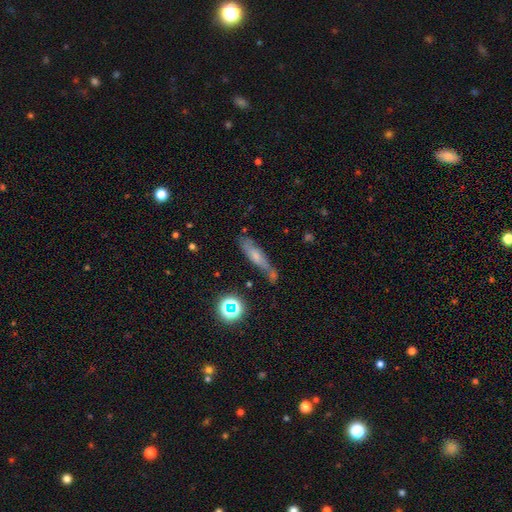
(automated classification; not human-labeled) A smooth galaxy with no disk features (54%) that is cigar-shaped (66%).

Vote fractions:
- Smooth or featured? smooth: 54% / featured or disk: 31% / star or artifact: 15%
- How rounded? cigar-shaped: 66% / in between: 29% / round: 5%
- Merging? none: 51% / minor disturbance: 24% / merger: 15% / major disturbance: 10%